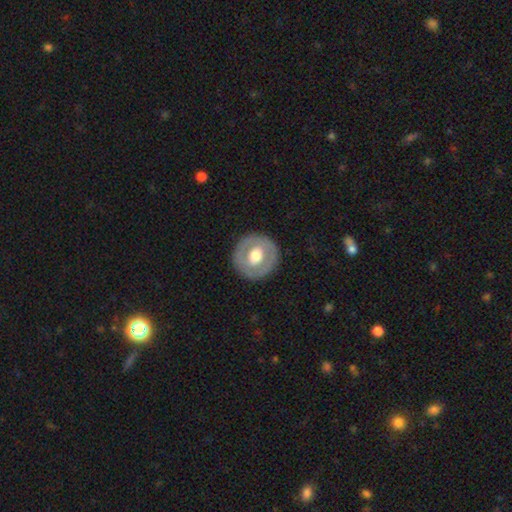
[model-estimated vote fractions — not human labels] Smooth or featured? Predicted: featured or disk (p=0.48). Merging? Predicted: none (p=0.87).